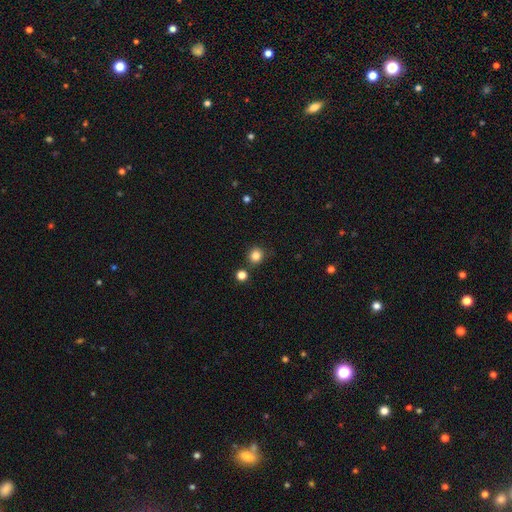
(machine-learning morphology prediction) The model was most divided on "smooth or featured": smooth: 84%, star or artifact: 12%, featured or disk: 4%. More confident: how rounded — round (89%); merging — none (82%).